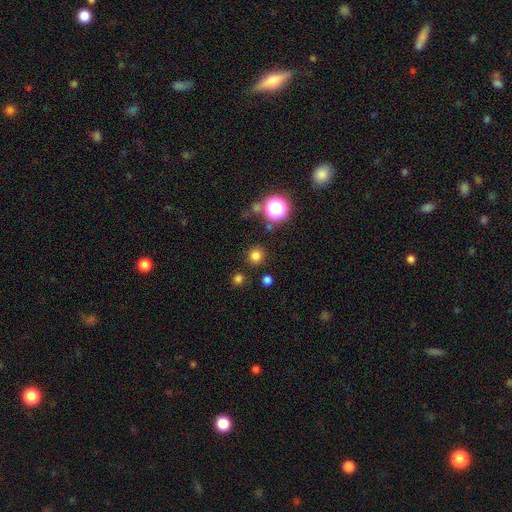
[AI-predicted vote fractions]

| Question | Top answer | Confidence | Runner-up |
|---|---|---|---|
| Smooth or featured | smooth | 77% | star or artifact (18%) |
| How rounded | round | 93% | in between (6%) |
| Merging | none | 88% | minor disturbance (6%) |